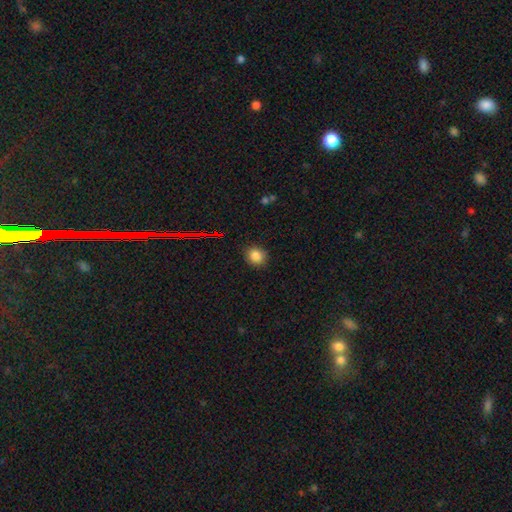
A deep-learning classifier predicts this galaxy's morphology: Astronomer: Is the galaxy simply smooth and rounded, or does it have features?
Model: smooth — 82%.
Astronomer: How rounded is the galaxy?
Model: round — 81%.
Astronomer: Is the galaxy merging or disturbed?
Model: none — 88%.